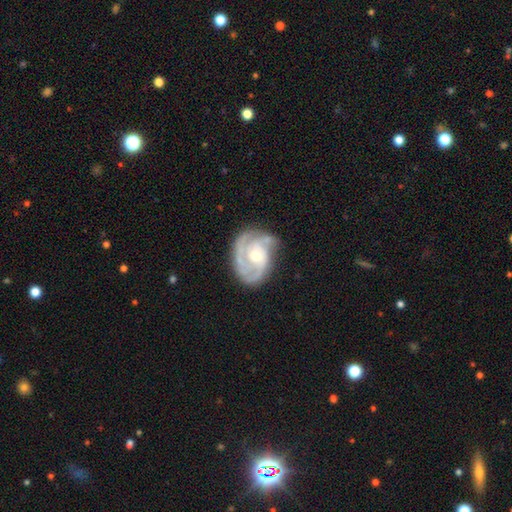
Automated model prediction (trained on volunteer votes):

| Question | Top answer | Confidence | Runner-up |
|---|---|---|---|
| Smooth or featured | featured or disk | 88% | smooth (8%) |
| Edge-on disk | no | 98% | yes (2%) |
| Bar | no | 69% | weak (25%) |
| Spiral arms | yes | 96% | no (4%) |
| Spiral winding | tight | 57% | medium (35%) |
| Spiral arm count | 3 | 39% | 2 (34%) |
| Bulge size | moderate | 54% | small (43%) |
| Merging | none | 62% | minor disturbance (25%) |